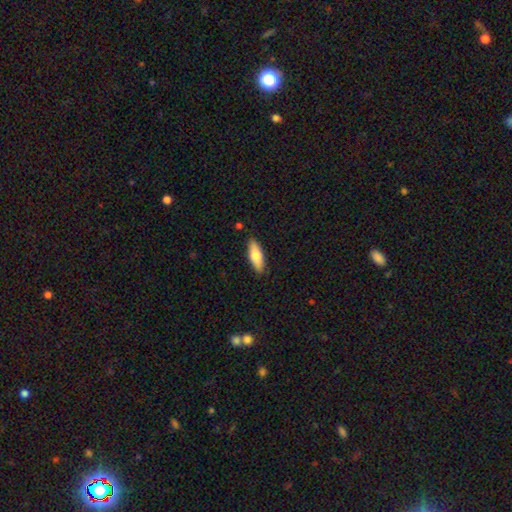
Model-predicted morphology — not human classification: The model was most divided on "how rounded": in between: 58%, cigar-shaped: 40%, round: 2%. More confident: merging — none (87%); smooth or featured — smooth (70%).